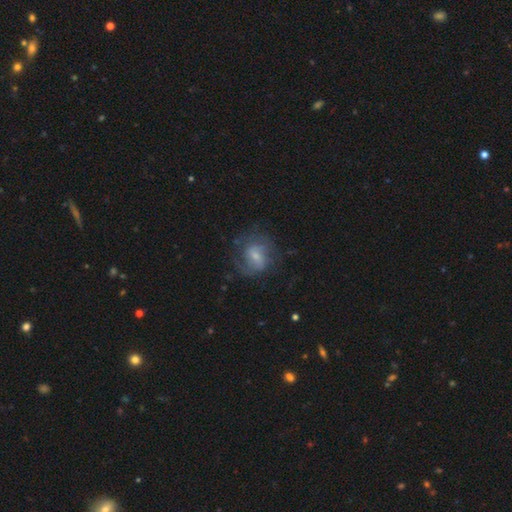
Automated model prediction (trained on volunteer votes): smooth-or-featured: featured or disk: 62% | smooth: 30% | star or artifact: 9%
  disk-edge-on: no: 97% | yes: 3%
    bar: weak: 52% | no: 31% | strong: 16%
    has-spiral-arms: yes: 82% | no: 18%
    bulge-size: small: 50% | moderate: 36% | none: 8% | large: 5% | dominant: 1%
  merging: none: 60% | minor disturbance: 21% | major disturbance: 18% | merger: 2%